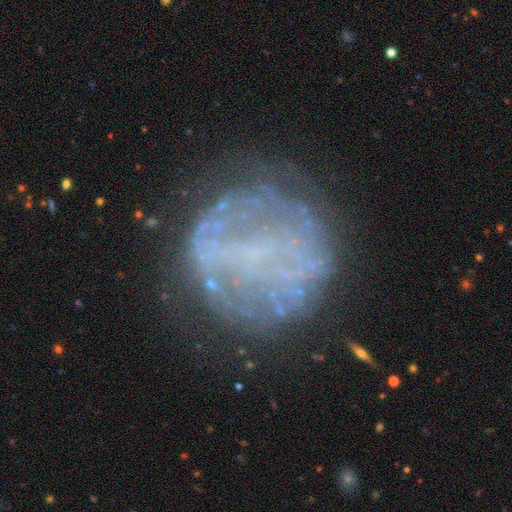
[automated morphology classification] Smooth or featured? featured or disk (58%)
Edge-on disk? no (97%)
Bar? no (63%)
Spiral arms? no (74%)
Bulge size? none (73%)
Merging? none (69%)